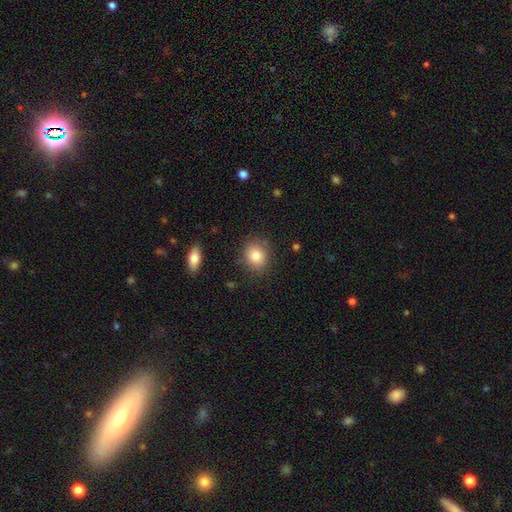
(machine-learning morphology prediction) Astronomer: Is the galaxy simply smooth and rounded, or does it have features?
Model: smooth — 84%.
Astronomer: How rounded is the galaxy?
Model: round — 64%.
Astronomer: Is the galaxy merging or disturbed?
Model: none — 82%.